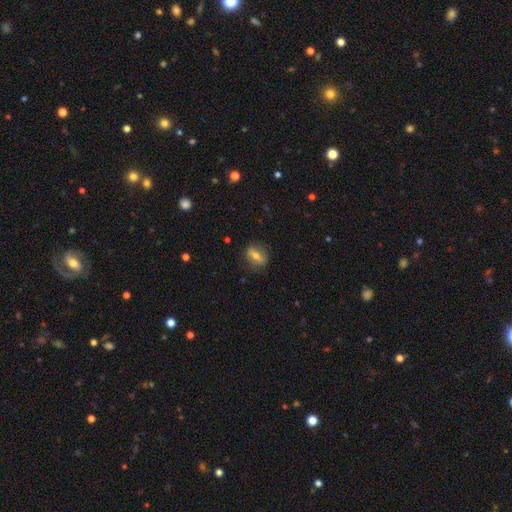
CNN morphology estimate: Q: Smooth or featured?
A: smooth (56%); runner-up: featured or disk (35%)
Q: How rounded?
A: in between (59%); runner-up: round (33%)
Q: Merging?
A: none (82%); runner-up: minor disturbance (13%)